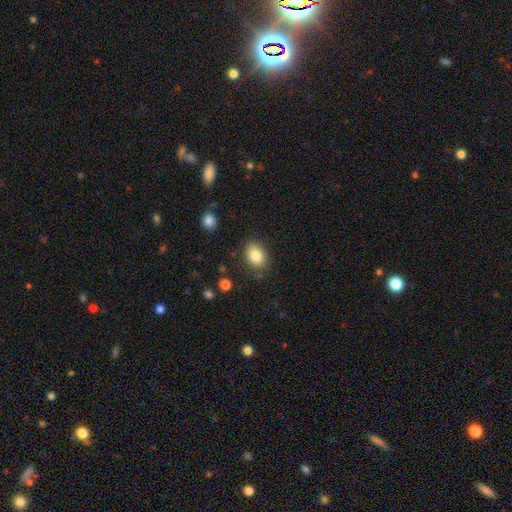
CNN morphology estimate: Smooth or featured: smooth — 84% (star or artifact — 8%)
How rounded: in between — 79% (round — 20%)
Merging: none — 81% (minor disturbance — 13%)